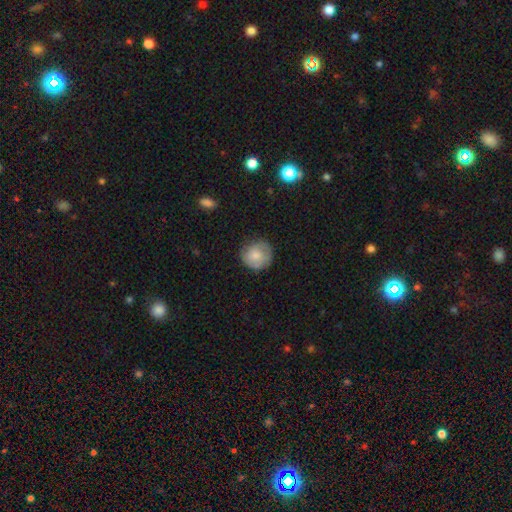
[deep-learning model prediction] Morphology: type=smooth (68%); roundness=round (89%); merging=none (74%).